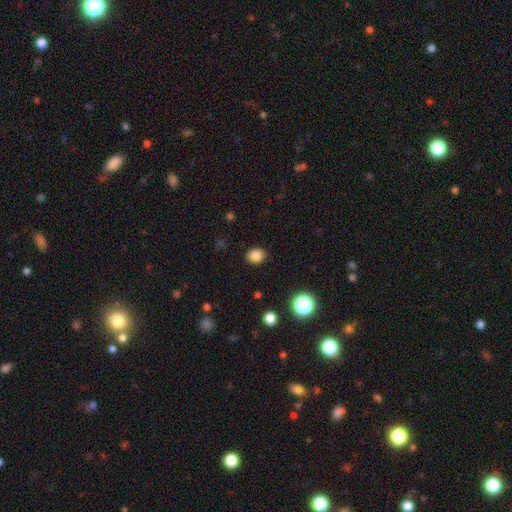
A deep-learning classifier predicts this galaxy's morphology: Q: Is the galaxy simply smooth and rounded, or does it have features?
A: smooth — 83%.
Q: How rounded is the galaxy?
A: round — 64%.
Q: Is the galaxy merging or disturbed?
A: none — 90%.